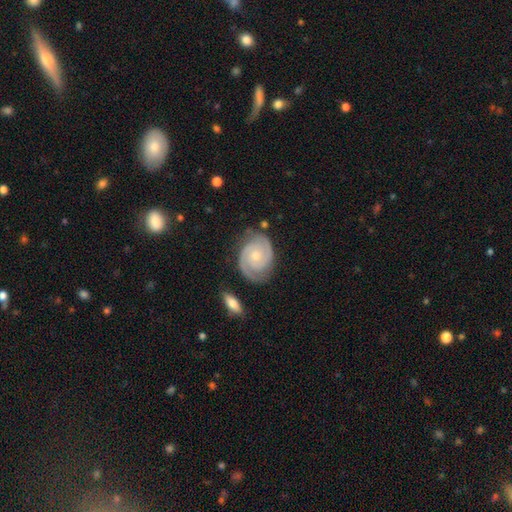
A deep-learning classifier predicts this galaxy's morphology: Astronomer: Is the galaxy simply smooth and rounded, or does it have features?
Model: featured or disk — 89%.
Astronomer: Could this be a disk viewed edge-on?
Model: no — 98%.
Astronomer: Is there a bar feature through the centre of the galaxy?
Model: no — 70%.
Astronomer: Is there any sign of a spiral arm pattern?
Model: yes — 98%.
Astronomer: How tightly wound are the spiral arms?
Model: tight — 68%.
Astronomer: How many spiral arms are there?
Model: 2 — 90%.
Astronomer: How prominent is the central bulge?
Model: small — 52% (runner-up: moderate, 42%).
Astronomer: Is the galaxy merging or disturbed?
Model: none — 79%.